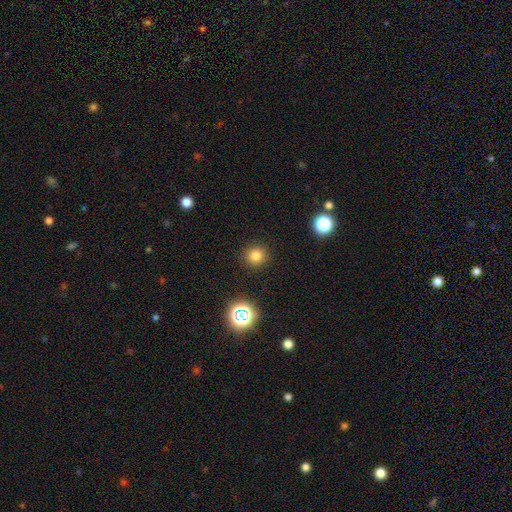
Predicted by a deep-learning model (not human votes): A smooth galaxy with no disk features (79%) that is round (93%).

Vote fractions:
- Smooth or featured? smooth: 79% / star or artifact: 16% / featured or disk: 5%
- How rounded? round: 93% / in between: 6% / cigar-shaped: 1%
- Merging? none: 91% / minor disturbance: 5% / major disturbance: 2% / merger: 1%